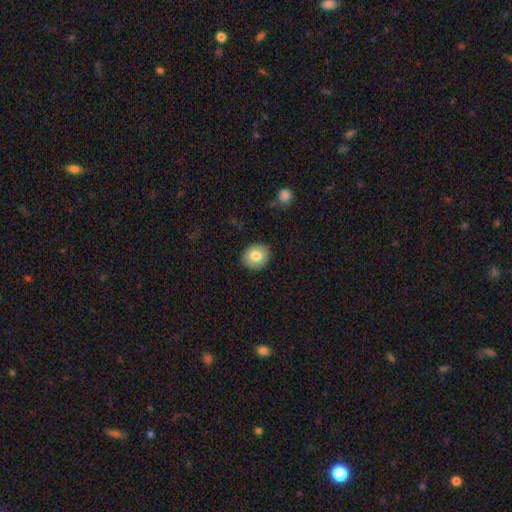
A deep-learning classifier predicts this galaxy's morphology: This is likely a smooth galaxy (77%). How rounded: likely round (70%). Merging: clearly none (88%).